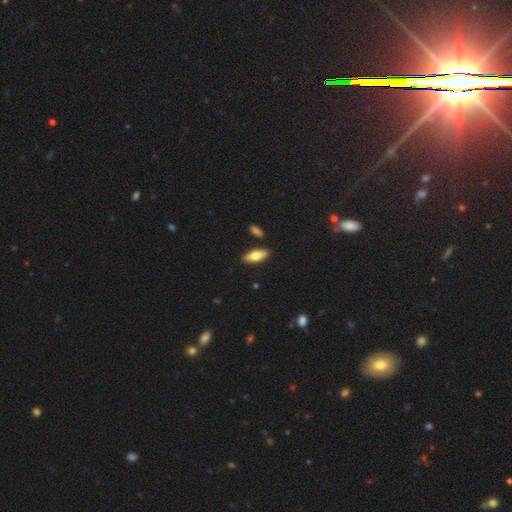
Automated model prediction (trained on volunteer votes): Smooth or featured? Predicted: smooth (p=0.76). How rounded? Predicted: in between (p=0.77). Merging? Predicted: none (p=0.86).